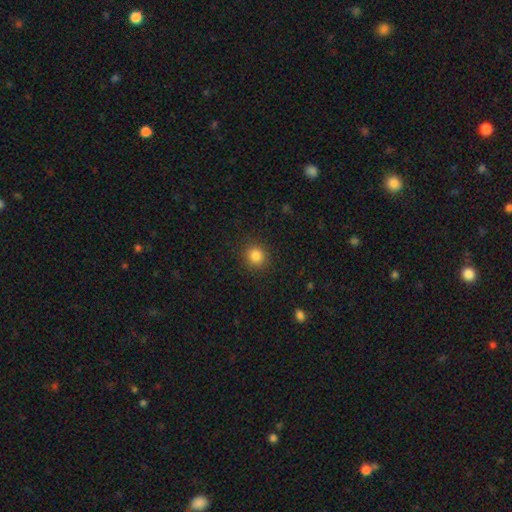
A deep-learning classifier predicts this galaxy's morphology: Smooth or featured: smooth — 85% (star or artifact — 11%)
How rounded: round — 84% (in between — 15%)
Merging: none — 89% (minor disturbance — 7%)